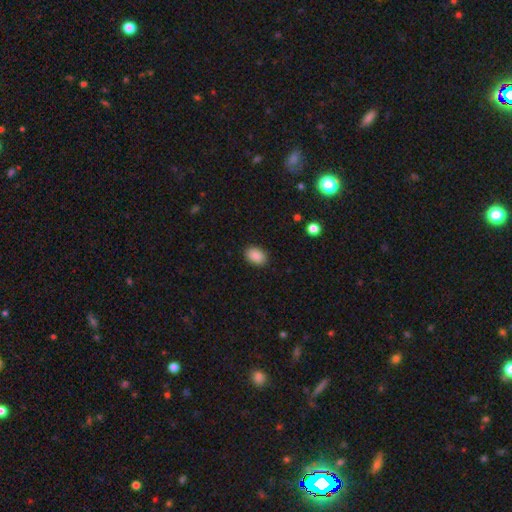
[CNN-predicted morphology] Smooth or featured? Predicted: smooth (p=0.89). How rounded? Predicted: in between (p=0.79). Merging? Predicted: none (p=0.89).